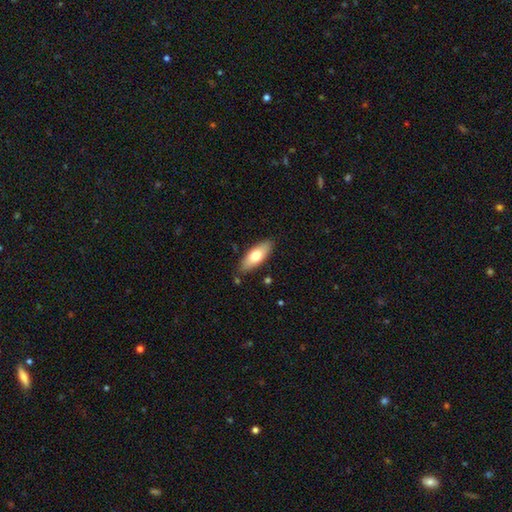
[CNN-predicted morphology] Smooth or featured? Predicted: smooth (p=0.70). How rounded? Predicted: in between (p=0.73). Merging? Predicted: none (p=0.84).